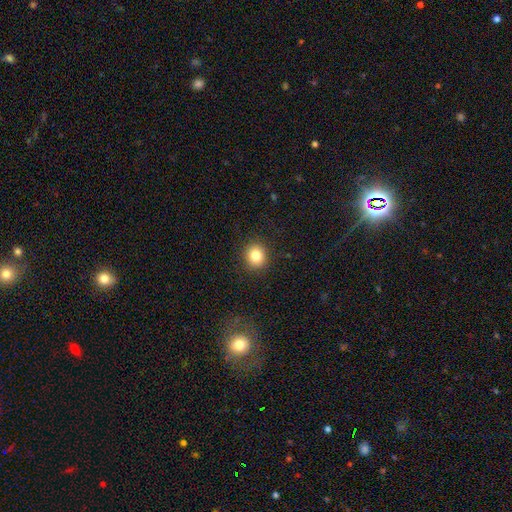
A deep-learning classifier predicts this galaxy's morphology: Overall: smooth (82%). How rounded: round (86%). Merging: none (90%).